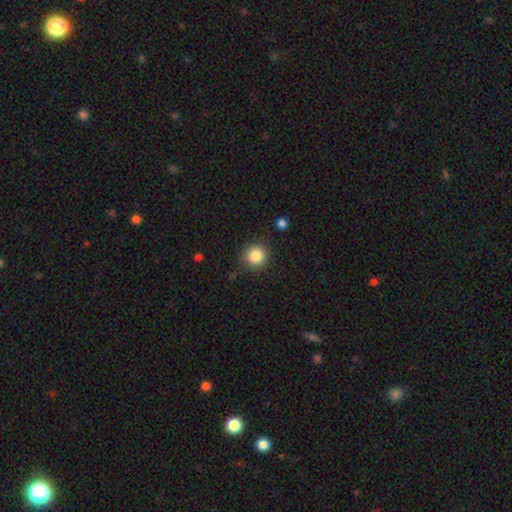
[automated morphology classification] smooth_or_featured: smooth (p=0.85) [alt: star or artifact p=0.10]
how_rounded: round (p=0.94) [alt: in between p=0.05]
merging: none (p=0.84) [alt: minor disturbance p=0.10]